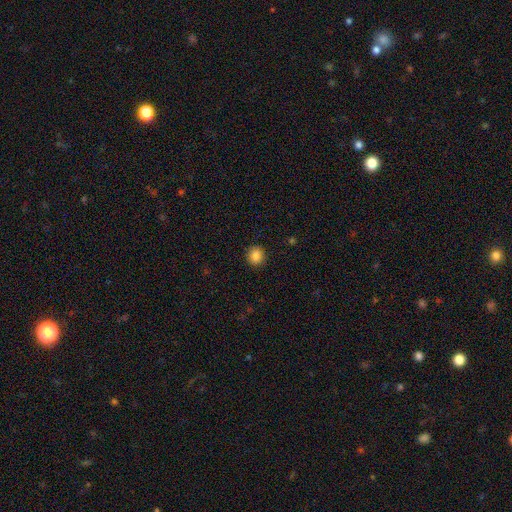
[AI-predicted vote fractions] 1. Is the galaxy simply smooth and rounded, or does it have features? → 86% smooth, 10% star or artifact, 4% featured or disk.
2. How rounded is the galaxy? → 85% round, 14% in between, 1% cigar-shaped.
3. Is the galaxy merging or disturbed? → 91% none, 6% minor disturbance, 2% major disturbance, 1% merger.